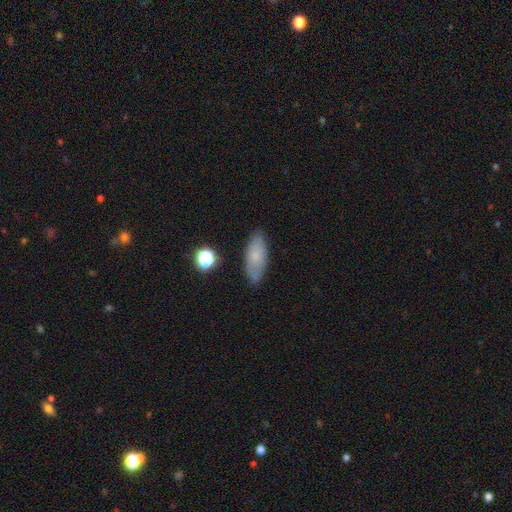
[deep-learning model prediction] Overall: smooth (72%). How rounded: in between (80%). Merging: none (79%).